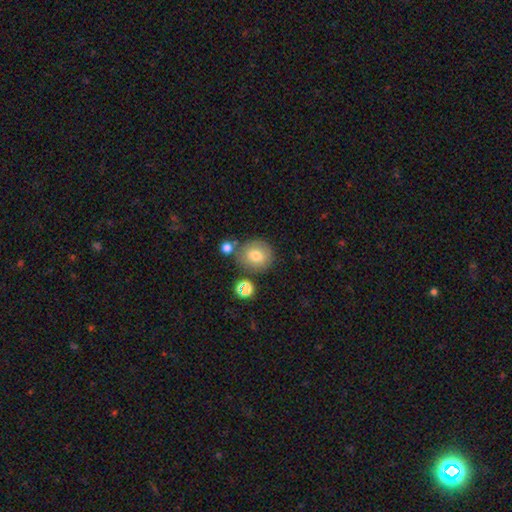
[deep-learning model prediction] A smooth galaxy with no disk features (76%) that is round (79%). Merging: none (70%).